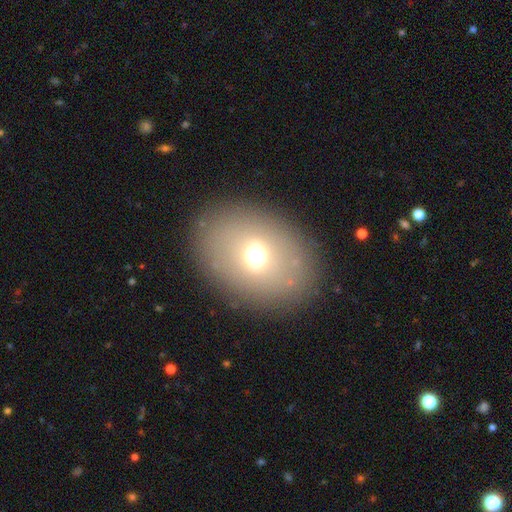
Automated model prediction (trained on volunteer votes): The model was most divided on "how rounded": in between: 66%, round: 32%, cigar-shaped: 2%. More confident: merging — none (84%); smooth or featured — smooth (61%).